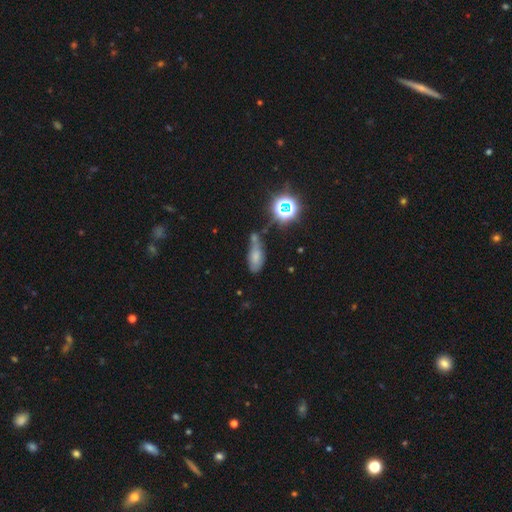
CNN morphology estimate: A smooth galaxy with no disk features (60%) that is in between round and cigar-shaped (80%).

Vote fractions:
- Smooth or featured? smooth: 60% / star or artifact: 22% / featured or disk: 19%
- How rounded? in between: 80% / cigar-shaped: 13% / round: 7%
- Merging? none: 33% / merger: 28% / minor disturbance: 25% / major disturbance: 13%